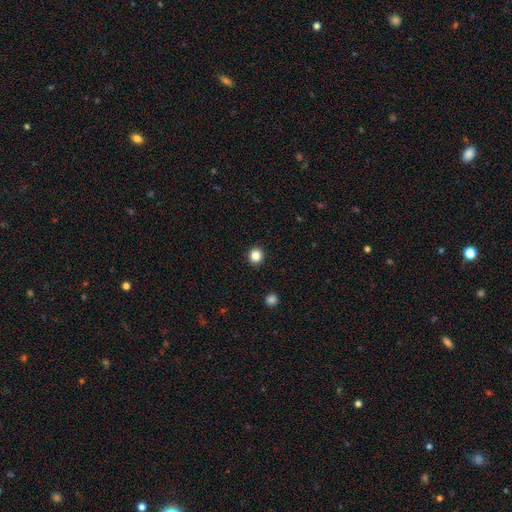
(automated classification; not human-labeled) Morphology: type=smooth (85%); roundness=round (91%); merging=none (93%).